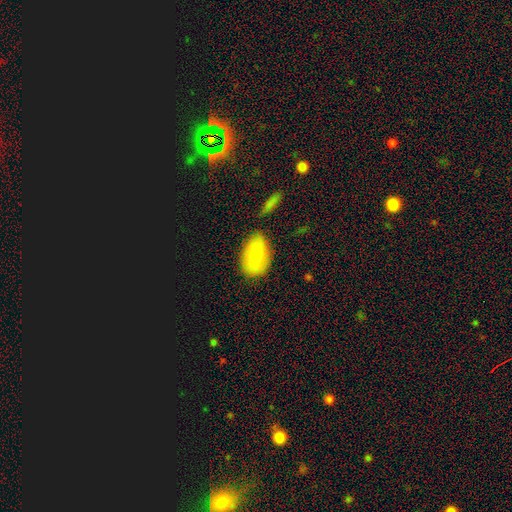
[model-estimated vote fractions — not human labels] Smooth or featured?
  - smooth: 78% *
  - featured or disk: 16%
  - star or artifact: 7%
How rounded?
  - in between: 90% *
  - round: 8%
  - cigar-shaped: 2%
Merging?
  - none: 75% *
  - minor disturbance: 16%
  - merger: 5%
  - major disturbance: 4%